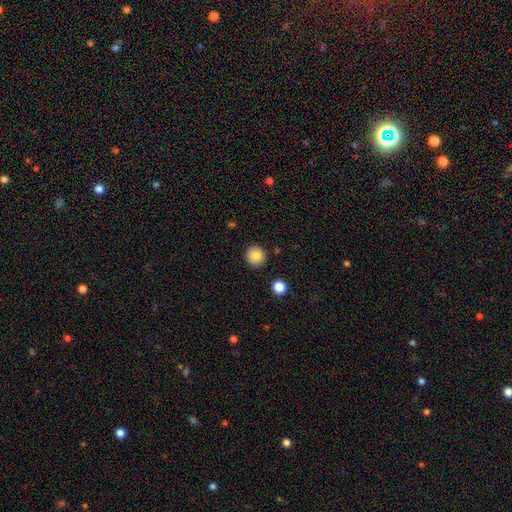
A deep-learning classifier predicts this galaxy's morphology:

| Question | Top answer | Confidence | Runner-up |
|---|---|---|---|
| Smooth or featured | smooth | 84% | star or artifact (9%) |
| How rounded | round | 94% | in between (5%) |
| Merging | none | 91% | minor disturbance (6%) |